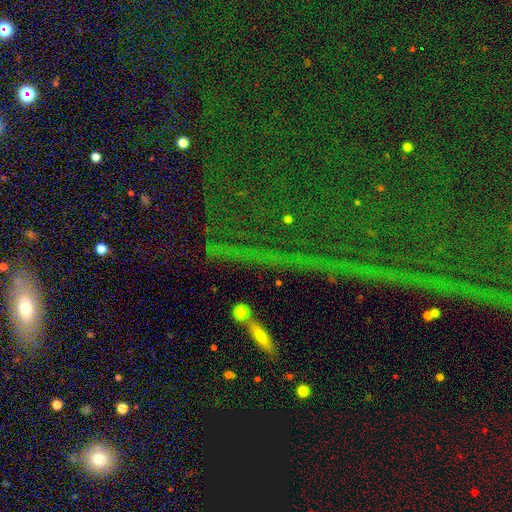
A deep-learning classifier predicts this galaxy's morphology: Q: Smooth or featured?
A: star or artifact (62%); runner-up: smooth (21%)